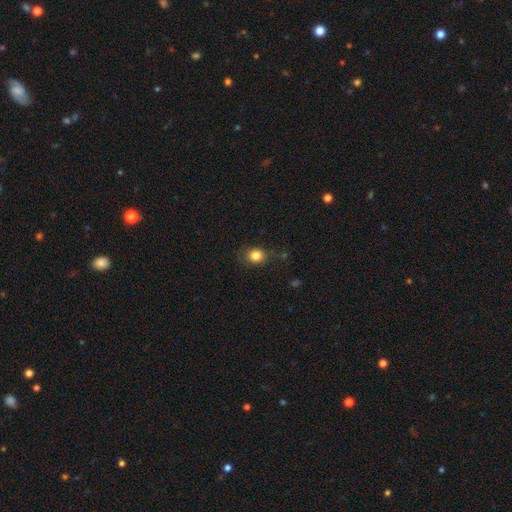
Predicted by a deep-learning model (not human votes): Smooth or featured: smooth — 83% (star or artifact — 11%)
How rounded: round — 66% (in between — 33%)
Merging: none — 77% (minor disturbance — 16%)